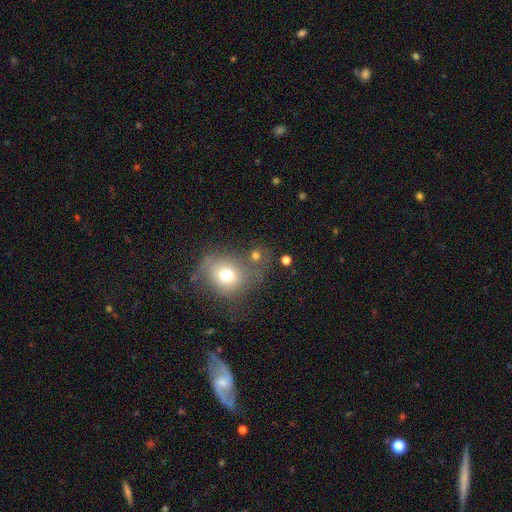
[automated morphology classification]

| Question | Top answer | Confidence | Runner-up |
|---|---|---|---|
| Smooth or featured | smooth | 70% | star or artifact (17%) |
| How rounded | round | 76% | in between (22%) |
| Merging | none | 51% | merger (23%) |